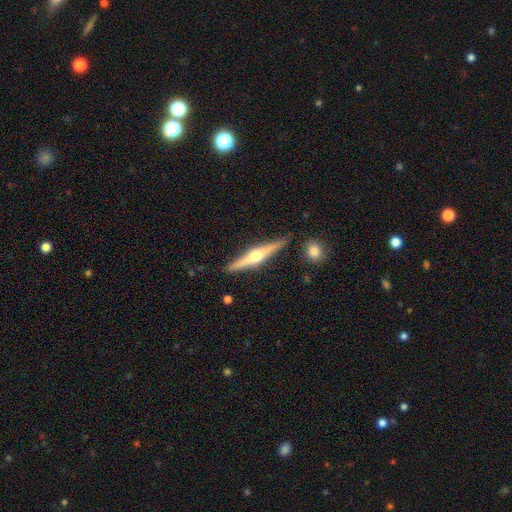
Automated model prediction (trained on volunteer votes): A featured or disk galaxy (76%) viewed edge-on (98%) with a rounded central bulge (95%). Merging: none (89%).